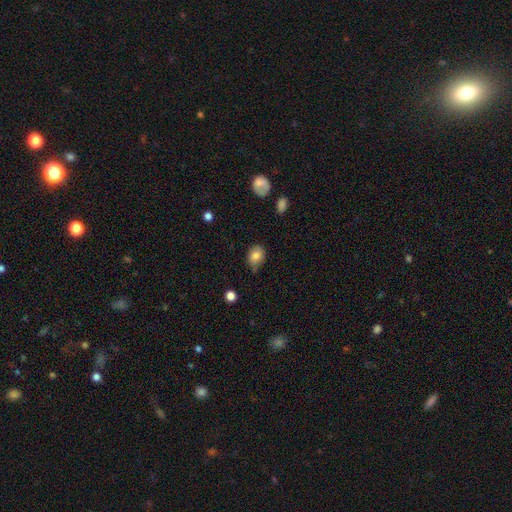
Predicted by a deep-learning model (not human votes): Smooth or featured: smooth — 81% (featured or disk — 10%)
How rounded: in between — 52% (round — 47%)
Merging: none — 65% (minor disturbance — 27%)